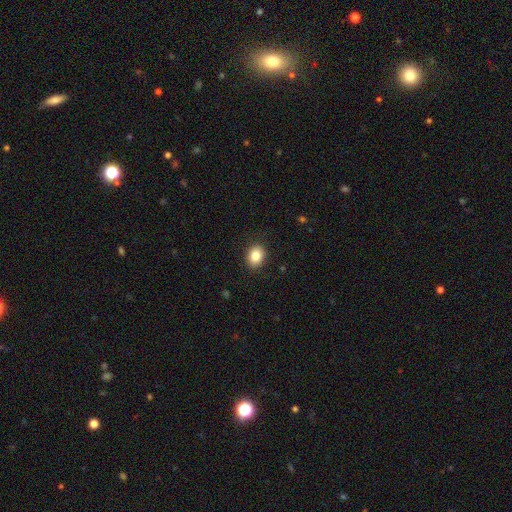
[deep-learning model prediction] Smooth or featured? smooth (85%)
How rounded? in between (60%)
Merging? none (89%)